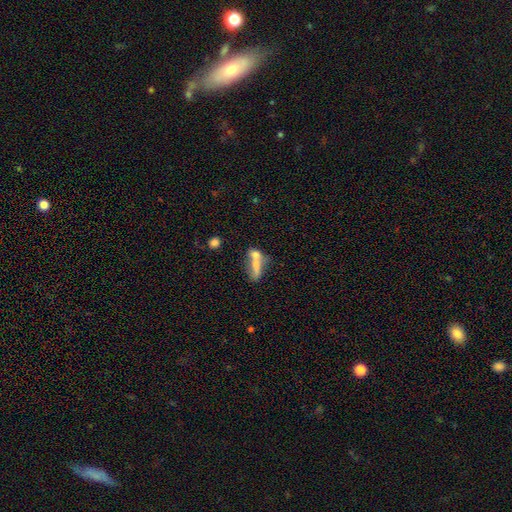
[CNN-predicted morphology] smooth 59%, featured or disk 31%, star or artifact 10%. Down the decision tree: how rounded — in between (51%); merging — merger (53%).